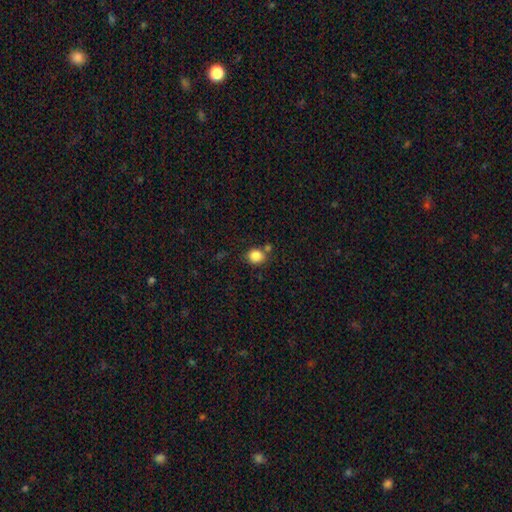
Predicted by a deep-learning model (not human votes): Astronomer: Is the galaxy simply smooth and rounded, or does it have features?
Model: smooth — 85%.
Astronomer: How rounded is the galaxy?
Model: round — 79%.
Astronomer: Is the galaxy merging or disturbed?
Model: none — 71%.